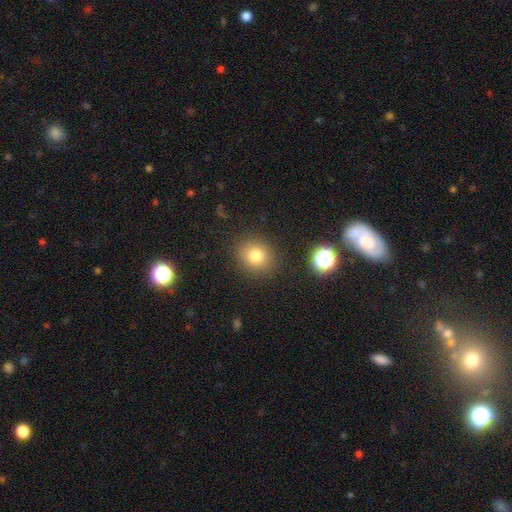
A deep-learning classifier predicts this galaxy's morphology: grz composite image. It shows a smooth galaxy with no disk features (80%) that is round (78%). Merging: none (87%).